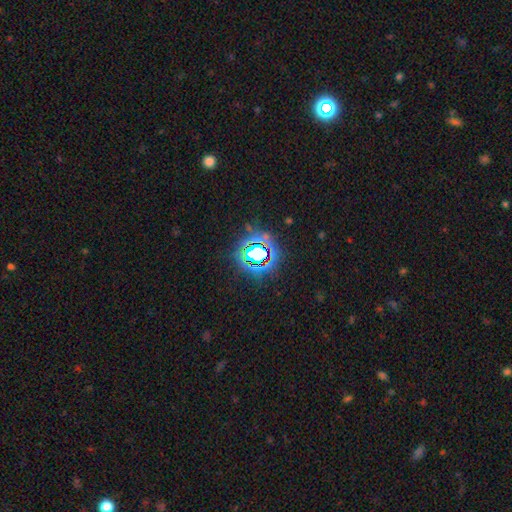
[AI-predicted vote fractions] Morphology: type=star or artifact (73%).